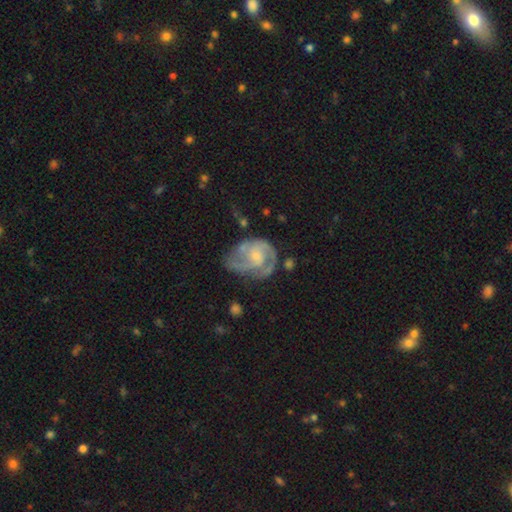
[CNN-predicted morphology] featured or disk 83%, smooth 12%, star or artifact 5%. Down the decision tree: edge-on disk — no (98%); bar — no (68%); spiral arms — yes (93%); spiral arm count — 2 (50%); spiral winding — medium (45%); bulge size — small (67%); merging — none (47%).